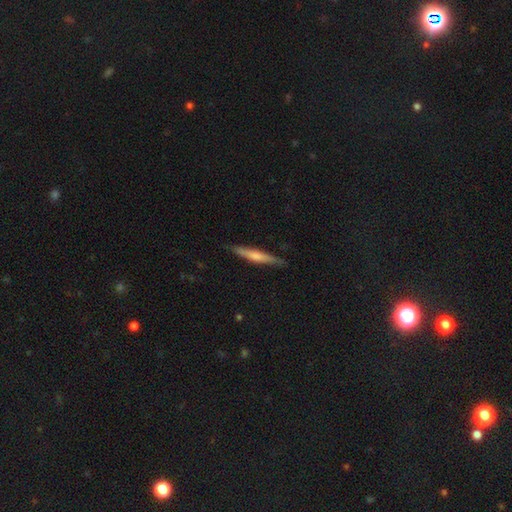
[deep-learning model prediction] Overall: smooth (50%; featured or disk 45%). Merging: none (85%).